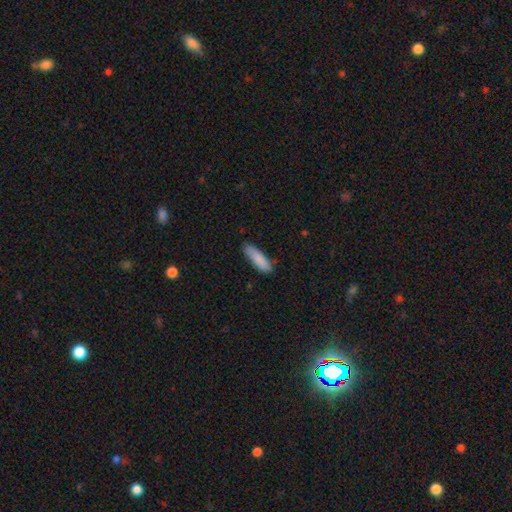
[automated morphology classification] Q: Smooth or featured?
A: smooth (86%); runner-up: featured or disk (8%)
Q: How rounded?
A: cigar-shaped (68%); runner-up: in between (31%)
Q: Merging?
A: none (81%); runner-up: minor disturbance (15%)